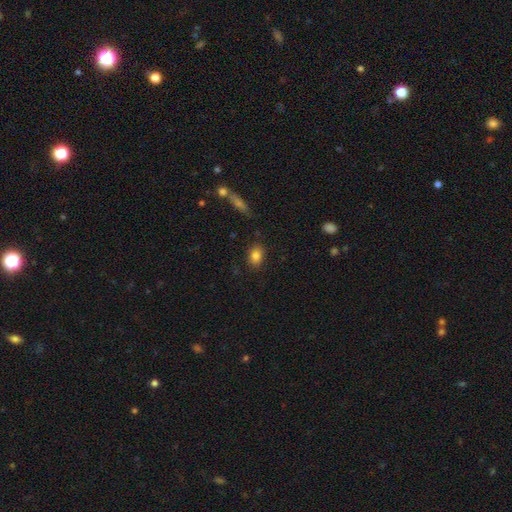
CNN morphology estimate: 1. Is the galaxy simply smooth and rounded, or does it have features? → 84% smooth, 9% star or artifact, 7% featured or disk.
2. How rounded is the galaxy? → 75% in between, 23% round, 2% cigar-shaped.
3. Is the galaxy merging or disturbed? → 84% none, 11% minor disturbance, 3% major disturbance, 2% merger.